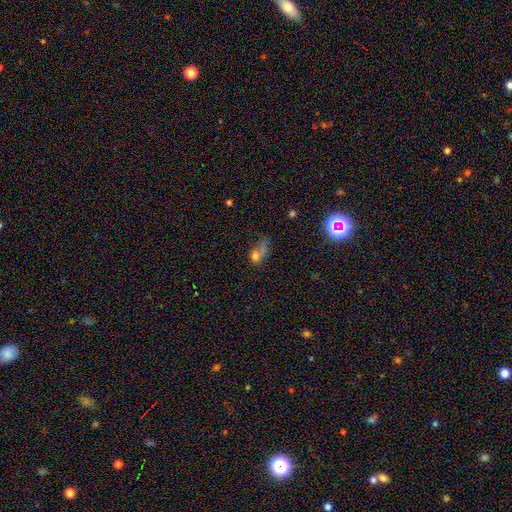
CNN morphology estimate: The model was most divided on "merging": major disturbance: 41%, none: 23%, merger: 19%, minor disturbance: 18%. More confident: smooth or featured — smooth (62%); how rounded — in between (60%).